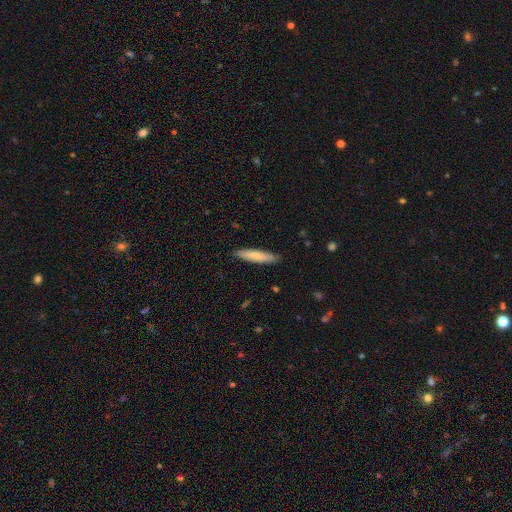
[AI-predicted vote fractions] The model was most divided on "smooth or featured": smooth: 74%, featured or disk: 20%, star or artifact: 5%. More confident: merging — none (87%); how rounded — cigar-shaped (84%).